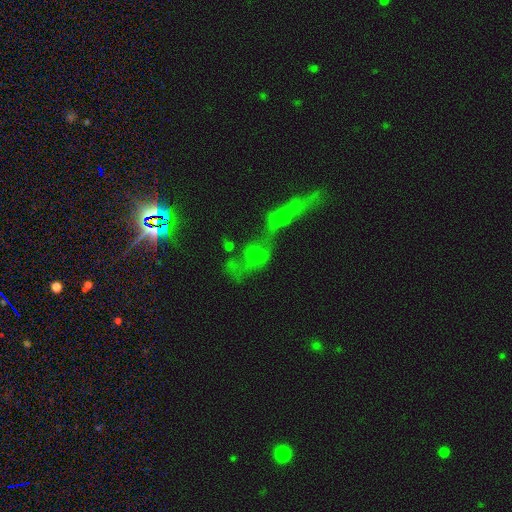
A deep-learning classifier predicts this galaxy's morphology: smooth-or-featured: smooth: 52% | featured or disk: 28% | star or artifact: 20%
  how-rounded: in between: 66% | cigar-shaped: 17% | round: 17%
  merging: merger: 63% | major disturbance: 15% | none: 15% | minor disturbance: 8%